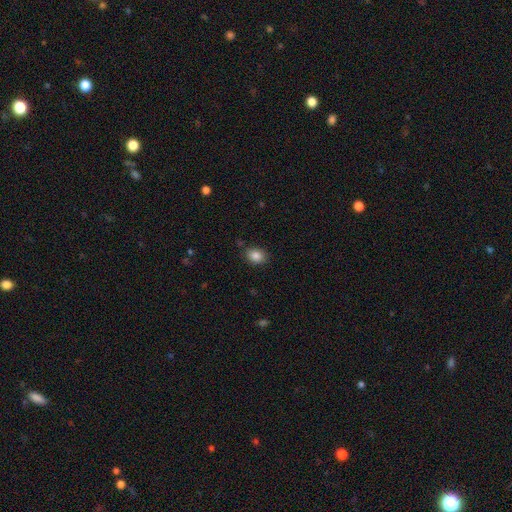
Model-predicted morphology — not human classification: smooth-or-featured: smooth: 85% | star or artifact: 10% | featured or disk: 5%
  how-rounded: in between: 59% | round: 40% | cigar-shaped: 1%
  merging: none: 85% | minor disturbance: 10% | major disturbance: 3% | merger: 2%